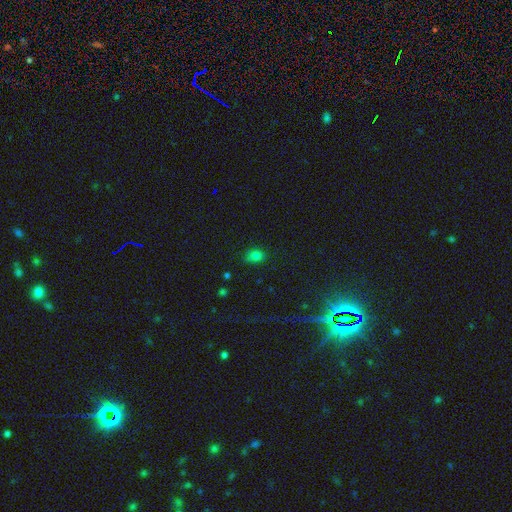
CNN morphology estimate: smooth_or_featured: smooth (p=0.76) [alt: star or artifact p=0.19]
how_rounded: in between (p=0.53) [alt: round p=0.46]
merging: none (p=0.79) [alt: minor disturbance p=0.15]